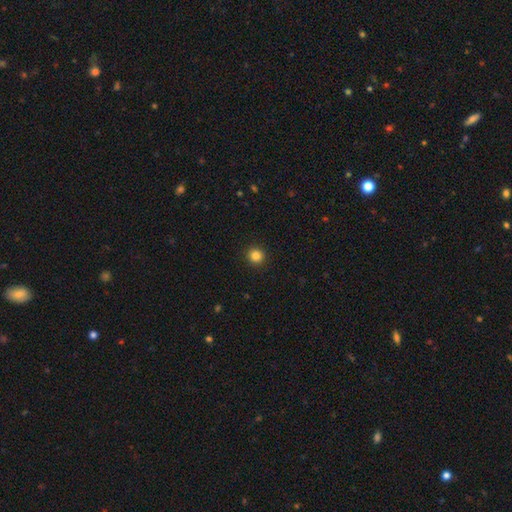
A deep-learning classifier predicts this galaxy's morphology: smooth 84%, star or artifact 12%, featured or disk 4%. Down the decision tree: how rounded — round (94%); merging — none (93%).